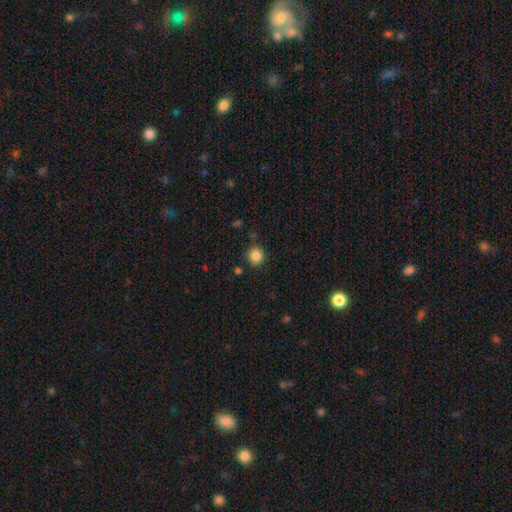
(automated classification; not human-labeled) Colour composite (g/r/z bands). It shows a smooth galaxy with no disk features (86%) that is round (82%). Merging: none (83%).